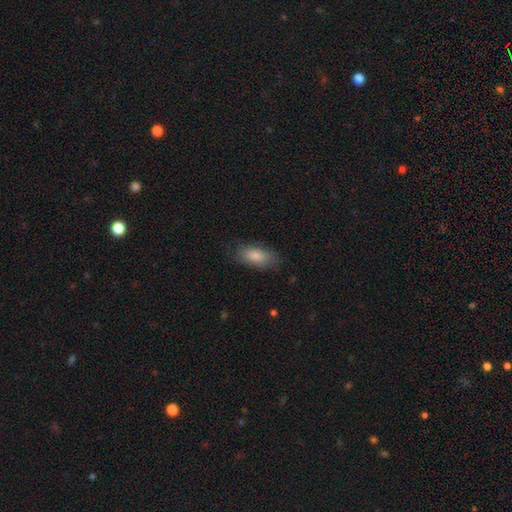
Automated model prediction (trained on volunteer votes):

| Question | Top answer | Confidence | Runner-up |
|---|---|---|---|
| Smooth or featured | smooth | 85% | featured or disk (9%) |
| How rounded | in between | 89% | cigar-shaped (8%) |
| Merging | none | 79% | minor disturbance (16%) |